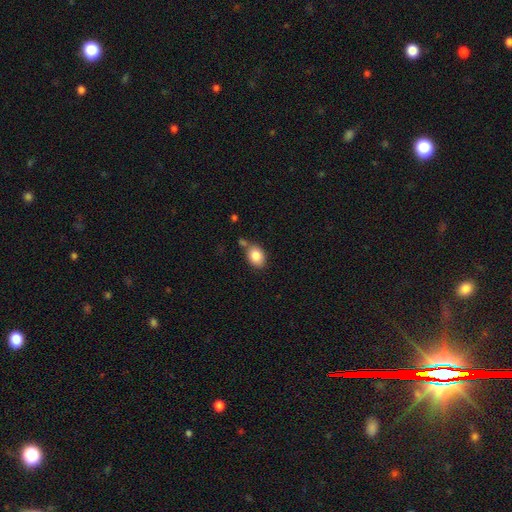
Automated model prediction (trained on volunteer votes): This appears to be a smooth galaxy with no disk features (85%) that is in between round and cigar-shaped (67%). Merging: none (65%).